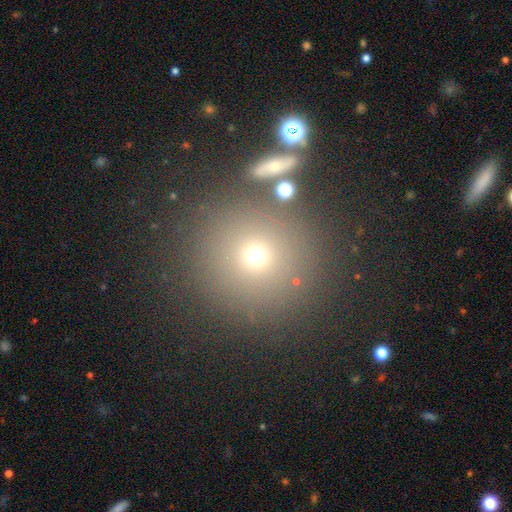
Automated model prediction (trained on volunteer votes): smooth 65%, star or artifact 24%, featured or disk 11%. Down the decision tree: how rounded — round (94%); merging — none (83%).